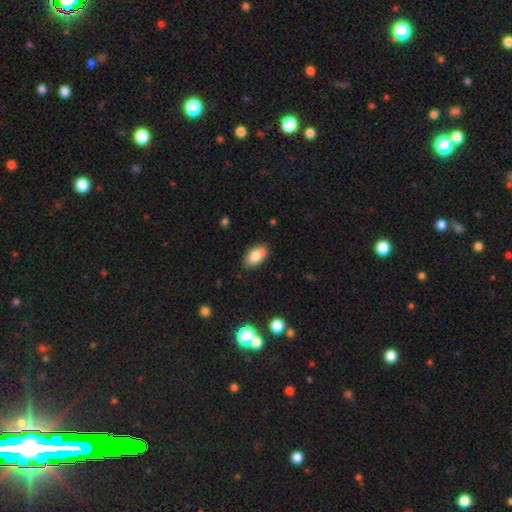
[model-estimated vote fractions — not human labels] smooth_or_featured: smooth (p=0.81) [alt: featured or disk p=0.11]
how_rounded: in between (p=0.92) [alt: round p=0.06]
merging: none (p=0.72) [alt: minor disturbance p=0.18]